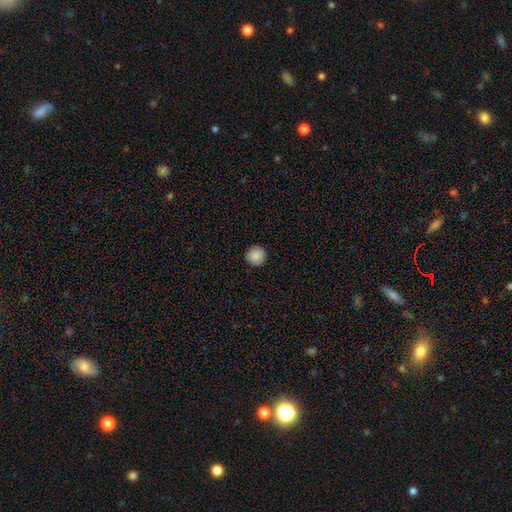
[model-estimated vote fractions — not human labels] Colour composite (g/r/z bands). It shows a smooth galaxy with no disk features (88%) that is round (95%). Merging: none (91%).